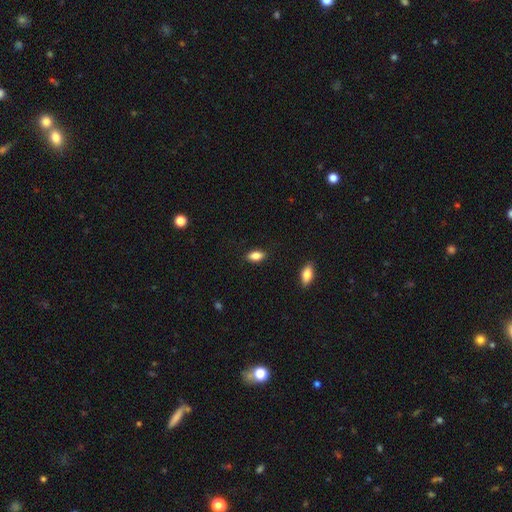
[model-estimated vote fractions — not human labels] Overall: smooth (84%). How rounded: in between (88%). Merging: none (87%).